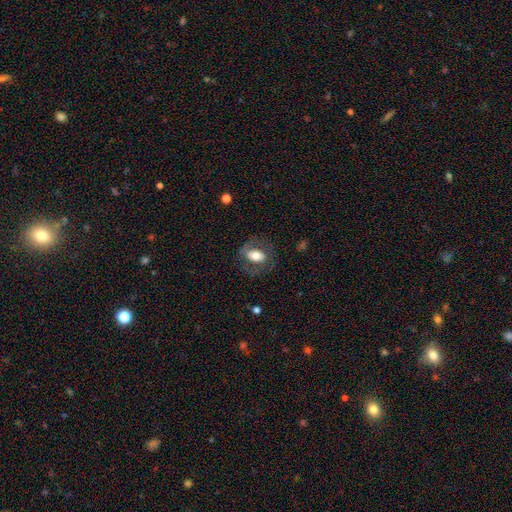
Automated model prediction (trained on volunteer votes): Smooth or featured: smooth — 58% (featured or disk — 35%)
How rounded: in between — 77% (round — 22%)
Merging: none — 70% (minor disturbance — 16%)